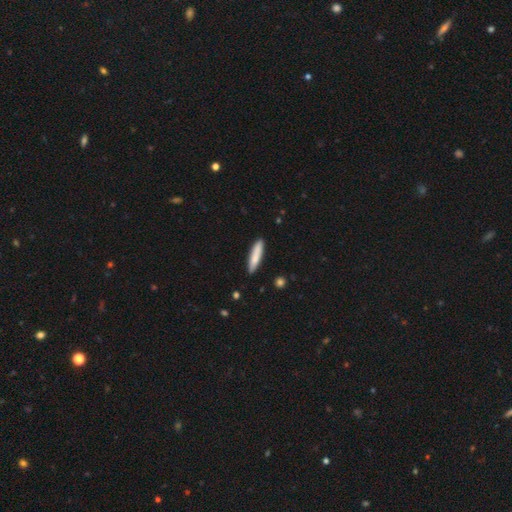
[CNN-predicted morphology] This appears to be a smooth galaxy with no disk features (81%) that is cigar-shaped (85%). Merging: none (89%).